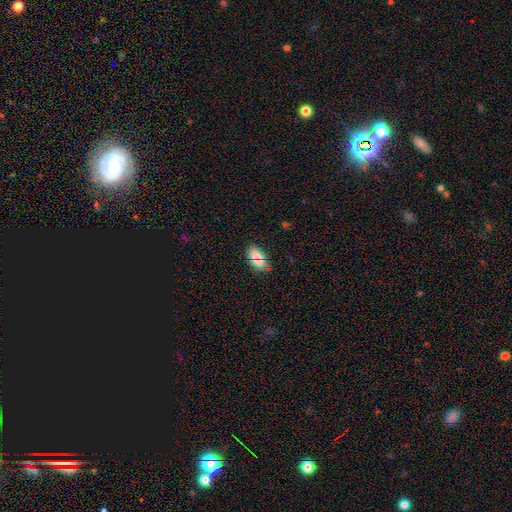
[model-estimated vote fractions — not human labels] A smooth galaxy with no disk features (74%) that is in between round and cigar-shaped (88%).

Vote fractions:
- Smooth or featured? smooth: 74% / star or artifact: 16% / featured or disk: 10%
- How rounded? in between: 88% / round: 7% / cigar-shaped: 5%
- Merging? none: 83% / minor disturbance: 12% / major disturbance: 3% / merger: 2%